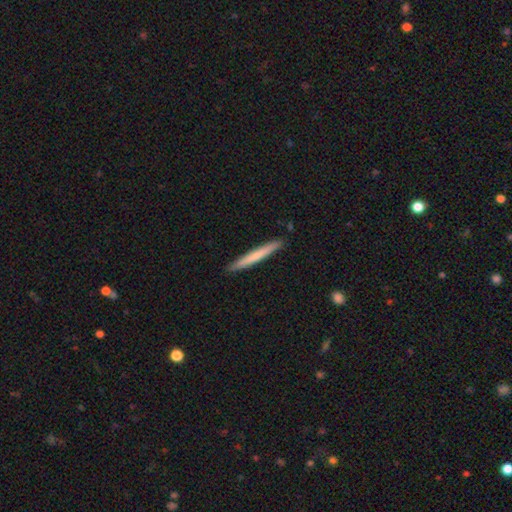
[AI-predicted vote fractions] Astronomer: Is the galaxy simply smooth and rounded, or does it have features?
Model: smooth — 64%.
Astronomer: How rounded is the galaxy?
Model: cigar-shaped — 97%.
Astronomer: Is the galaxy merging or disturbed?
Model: none — 91%.